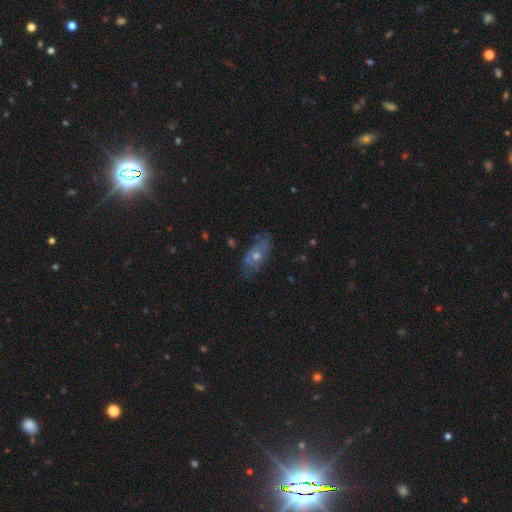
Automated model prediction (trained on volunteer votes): smooth_or_featured: featured or disk (p=0.55) [alt: smooth p=0.32]
disk_edge_on: no (p=0.79) [alt: yes p=0.21]
merging: none (p=0.71) [alt: minor disturbance p=0.20]